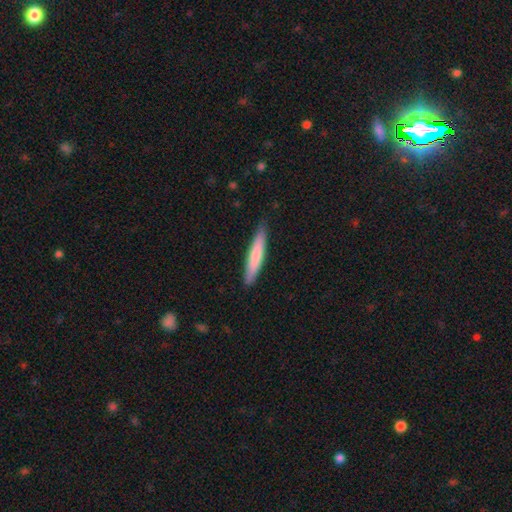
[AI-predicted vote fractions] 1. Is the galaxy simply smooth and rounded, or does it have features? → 74% smooth, 21% featured or disk, 5% star or artifact.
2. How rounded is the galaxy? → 92% cigar-shaped, 7% in between, 1% round.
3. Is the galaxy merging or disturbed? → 86% none, 11% minor disturbance, 2% major disturbance, 1% merger.